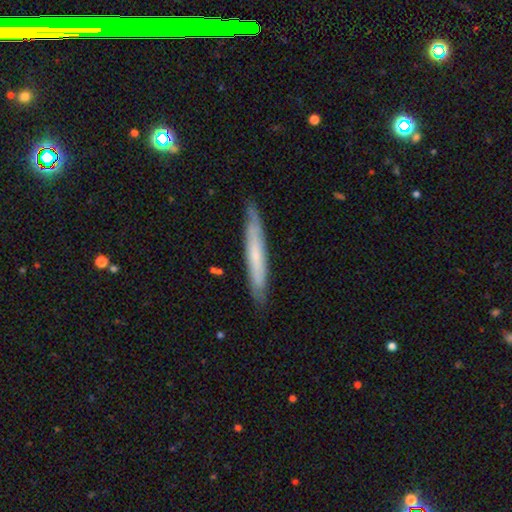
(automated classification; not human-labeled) The model was most divided on "smooth or featured": smooth: 50%, featured or disk: 44%, star or artifact: 6%. More confident: merging — none (85%).